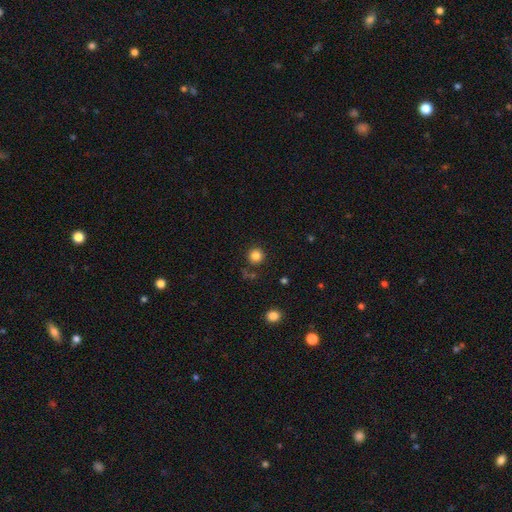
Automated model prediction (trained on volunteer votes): Smooth or featured? smooth (83%)
How rounded? round (94%)
Merging? none (84%)